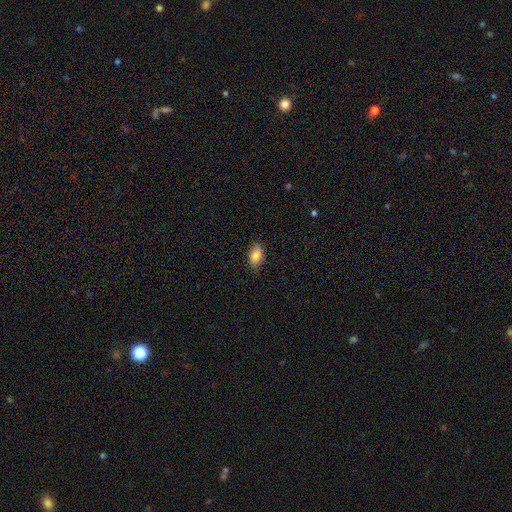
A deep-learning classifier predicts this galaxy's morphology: type=smooth (83%); roundness=in between (89%); merging=none (84%).